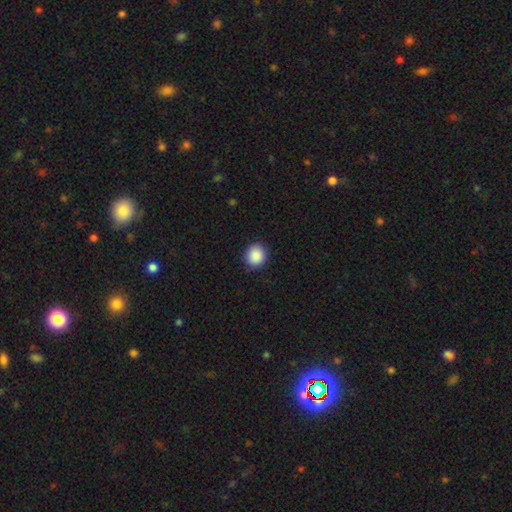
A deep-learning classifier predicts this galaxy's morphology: Overall: smooth (89%). How rounded: round (84%). Merging: none (89%).